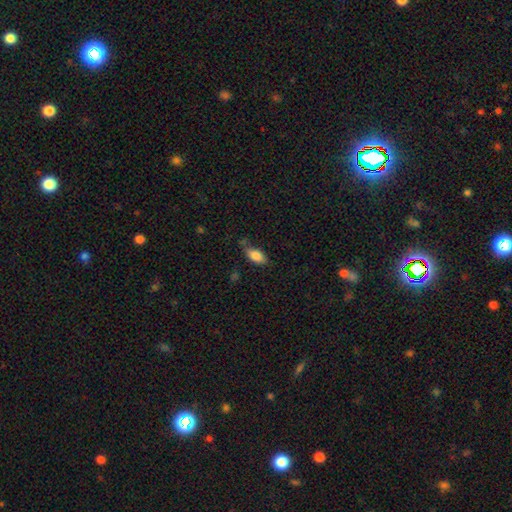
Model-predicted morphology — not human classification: A smooth galaxy with no disk features (84%) that is in between round and cigar-shaped (90%).

Vote fractions:
- Smooth or featured? smooth: 84% / featured or disk: 8% / star or artifact: 8%
- How rounded? in between: 90% / cigar-shaped: 7% / round: 3%
- Merging? none: 68% / minor disturbance: 22% / major disturbance: 5% / merger: 5%